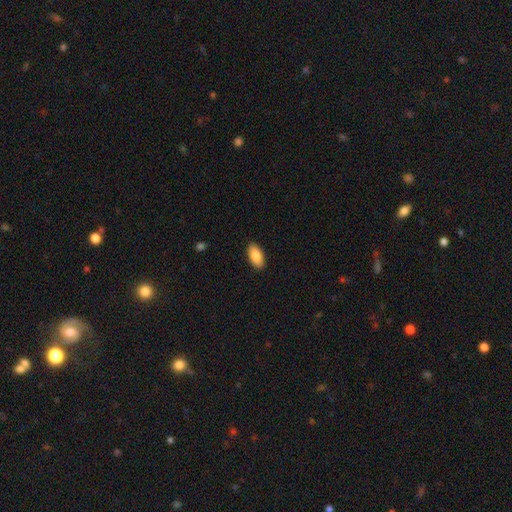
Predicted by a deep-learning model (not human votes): Smooth or featured? smooth (86%)
How rounded? in between (92%)
Merging? none (90%)